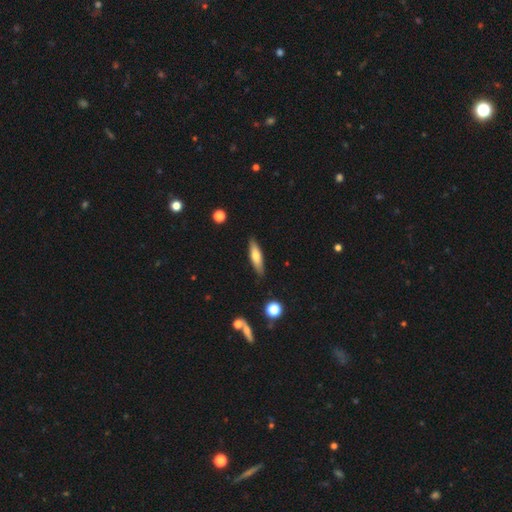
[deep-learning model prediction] Overall: smooth (64%; featured or disk 30%). How rounded: cigar-shaped (68%; in between 30%). Merging: none (86%).